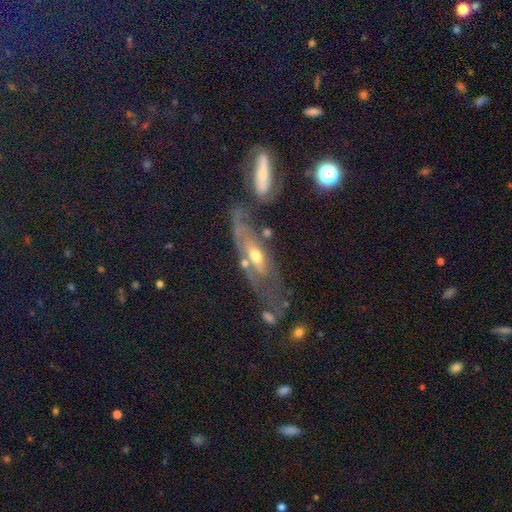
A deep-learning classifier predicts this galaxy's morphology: This is likely a featured or disk galaxy (76%). It is likely not viewed edge-on (77%). Bar: likely no (66%). Spiral arm pattern: likely yes (66%). Central bulge: likely moderate (64%). Merging: possibly none (48%).